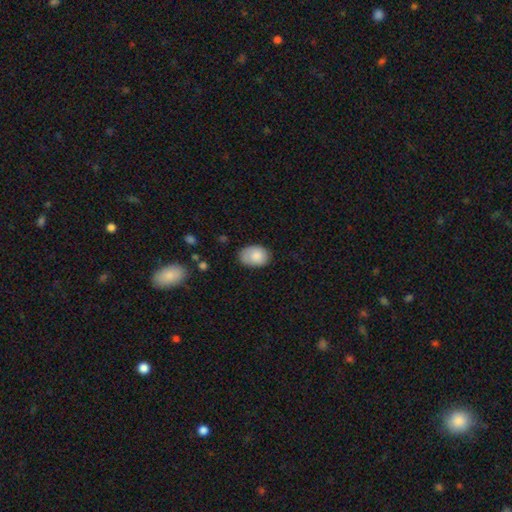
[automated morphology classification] smooth_or_featured: smooth (p=0.84) [alt: featured or disk p=0.09]
how_rounded: in between (p=0.81) [alt: round p=0.18]
merging: none (p=0.67) [alt: minor disturbance p=0.26]